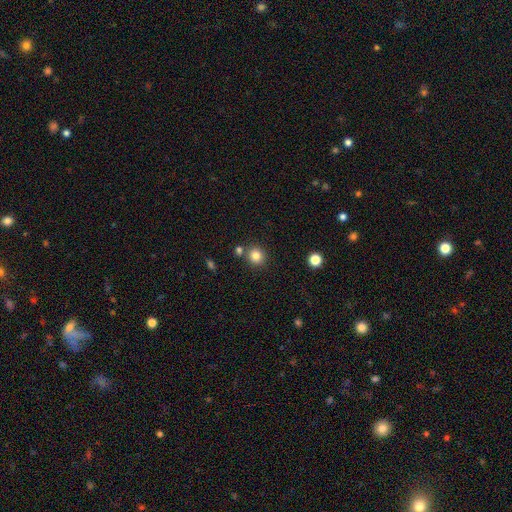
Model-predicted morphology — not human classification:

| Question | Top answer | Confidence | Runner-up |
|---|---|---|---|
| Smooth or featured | smooth | 83% | star or artifact (11%) |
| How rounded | round | 89% | in between (10%) |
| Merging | none | 79% | merger (10%) |